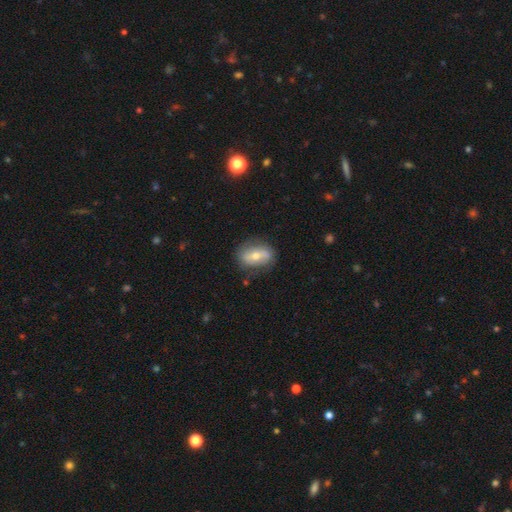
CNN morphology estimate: smooth-or-featured: featured or disk: 55% | smooth: 37% | star or artifact: 8%
  disk-edge-on: no: 87% | yes: 13%
  merging: none: 78% | minor disturbance: 16% | major disturbance: 4% | merger: 2%